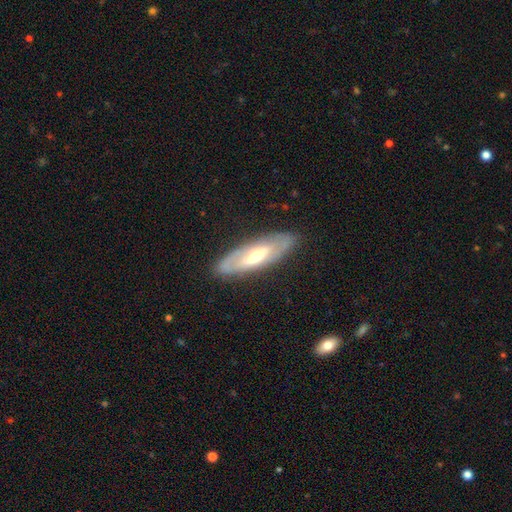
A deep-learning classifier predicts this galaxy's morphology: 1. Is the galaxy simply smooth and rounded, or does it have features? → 66% featured or disk, 28% smooth, 6% star or artifact.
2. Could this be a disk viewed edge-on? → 69% no, 31% yes.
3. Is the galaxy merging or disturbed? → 85% none, 11% minor disturbance, 3% major disturbance, 1% merger.